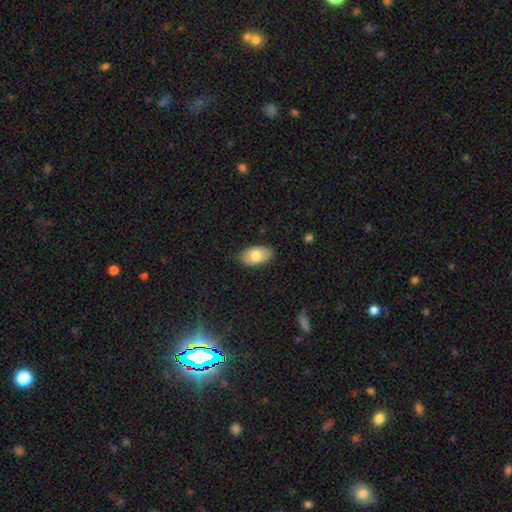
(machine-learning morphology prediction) A smooth galaxy with no disk features (74%) that is in between round and cigar-shaped (93%). Merging: none (84%).